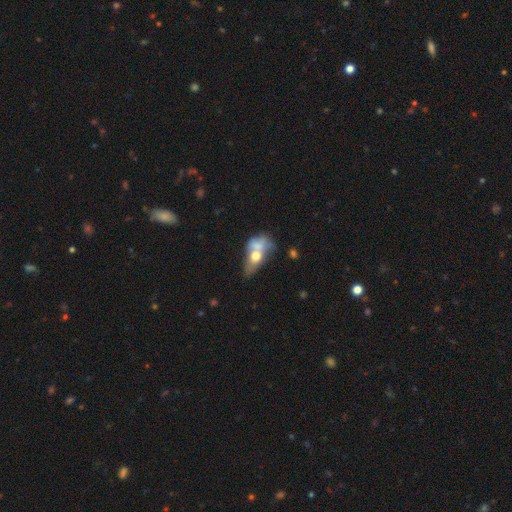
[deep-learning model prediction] A smooth galaxy with no disk features (57%) that is in between round and cigar-shaped (74%).

Vote fractions:
- Smooth or featured? smooth: 57% / featured or disk: 34% / star or artifact: 9%
- How rounded? in between: 74% / round: 20% / cigar-shaped: 6%
- Merging? merger: 57% / major disturbance: 17% / none: 15% / minor disturbance: 11%